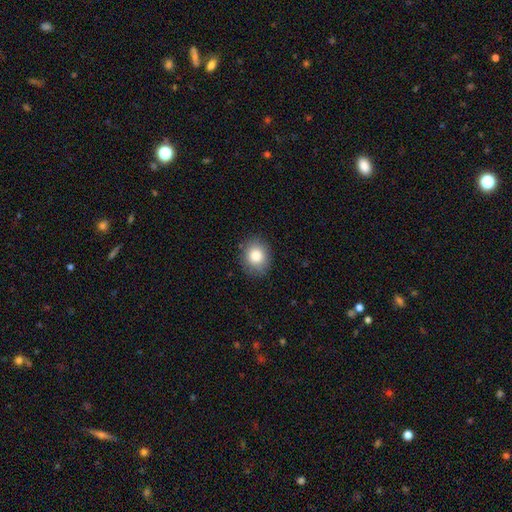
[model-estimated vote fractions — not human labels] A smooth galaxy with no disk features (84%) that is round (66%). Merging: none (85%).